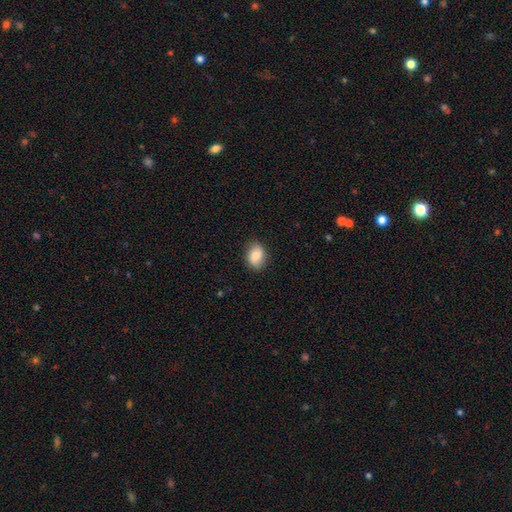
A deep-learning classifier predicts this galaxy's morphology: type=smooth (85%); roundness=in between (63%); merging=none (85%).